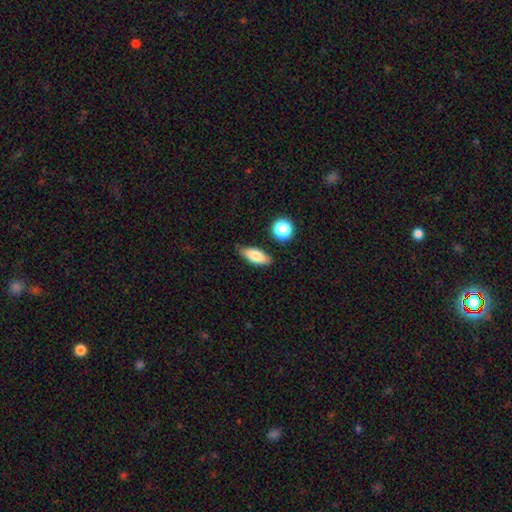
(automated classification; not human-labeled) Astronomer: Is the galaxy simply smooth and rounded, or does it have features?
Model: smooth — 77%.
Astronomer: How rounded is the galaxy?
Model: in between — 75%.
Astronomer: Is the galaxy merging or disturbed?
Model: none — 78%.